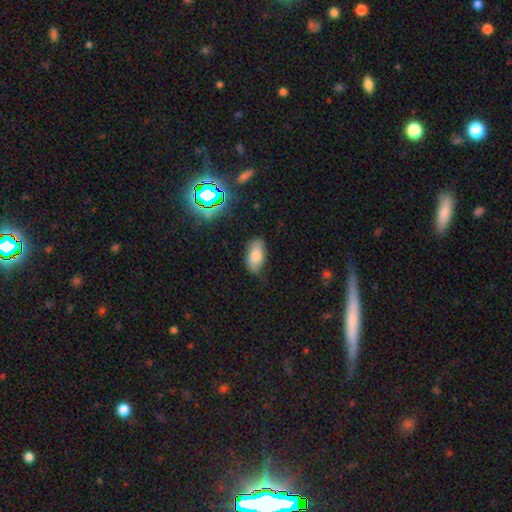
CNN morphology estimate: A smooth galaxy with no disk features (79%) that is in between round and cigar-shaped (92%). Merging: none (66%).